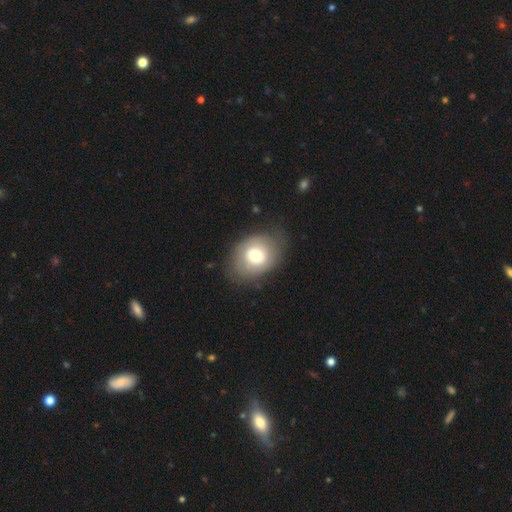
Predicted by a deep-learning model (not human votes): This appears to be a smooth galaxy with no disk features (66%) that is in between round and cigar-shaped (62%). Merging: none (71%).